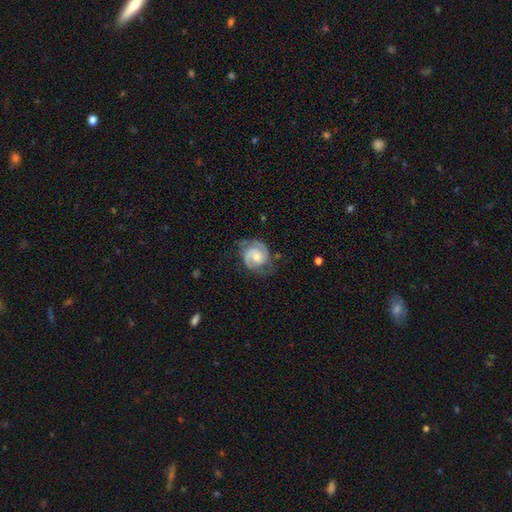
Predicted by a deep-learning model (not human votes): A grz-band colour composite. It shows a featured or disk galaxy (83%) with no bar (57%), 2 (87%) medium (45%) spiral arms (96%) and a moderate central bulge (53%). Merging: none (69%).